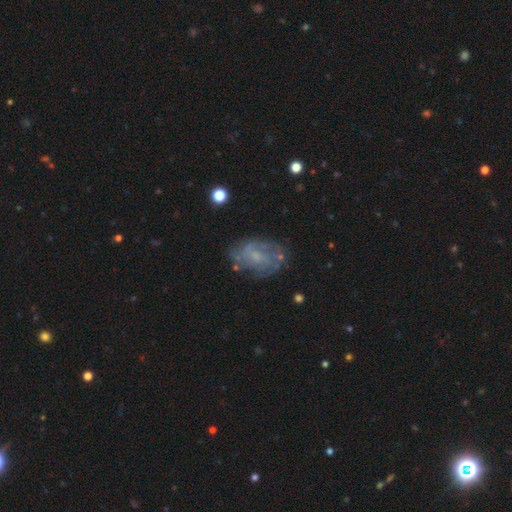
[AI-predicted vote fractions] Overall: featured or disk (66%). Edge-on disk: no (97%). Bar: no (63%; weak 33%). Spiral arms: yes (67%; no 33%). Bulge size: small (57%; none 21%). Merging: none (64%).